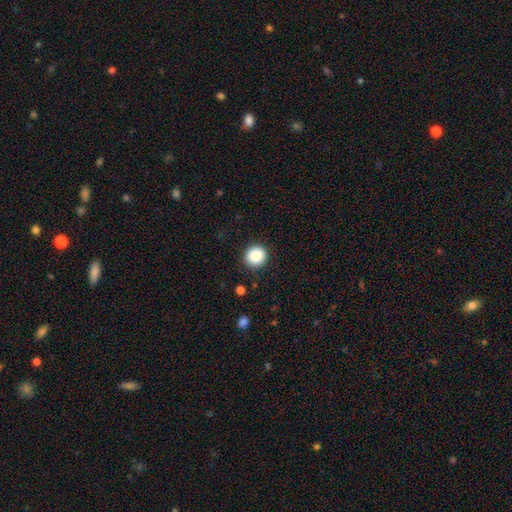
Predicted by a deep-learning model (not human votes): Q: Smooth or featured?
A: smooth (88%); runner-up: star or artifact (9%)
Q: How rounded?
A: round (91%); runner-up: in between (8%)
Q: Merging?
A: none (90%); runner-up: minor disturbance (6%)